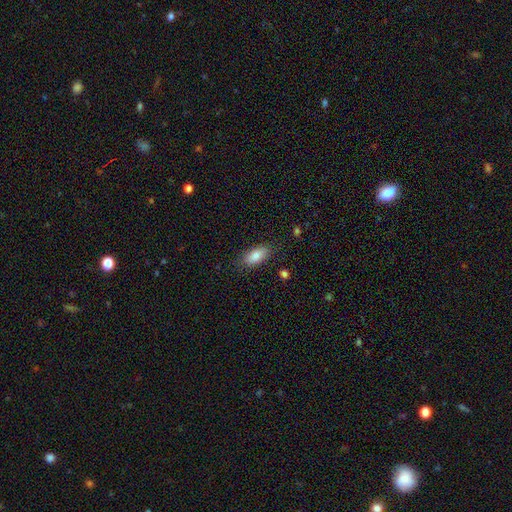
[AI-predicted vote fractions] Morphology: type=smooth (83%); roundness=in between (89%); merging=none (84%).